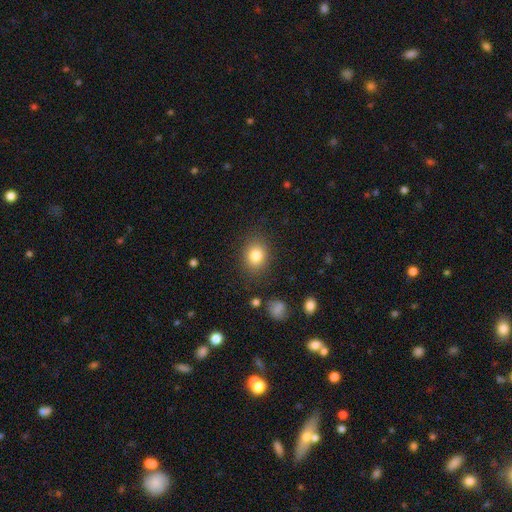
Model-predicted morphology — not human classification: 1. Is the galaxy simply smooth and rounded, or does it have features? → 82% smooth, 11% star or artifact, 8% featured or disk.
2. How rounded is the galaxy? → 58% round, 41% in between, 1% cigar-shaped.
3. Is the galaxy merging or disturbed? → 84% none, 10% minor disturbance, 4% major disturbance, 2% merger.